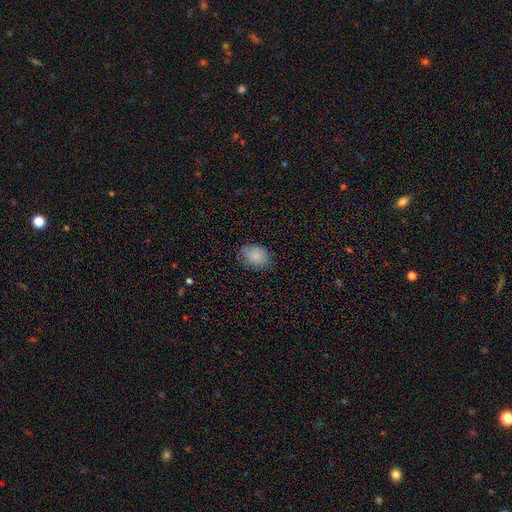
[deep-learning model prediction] Smooth or featured? smooth (84%)
How rounded? in between (68%)
Merging? none (78%)